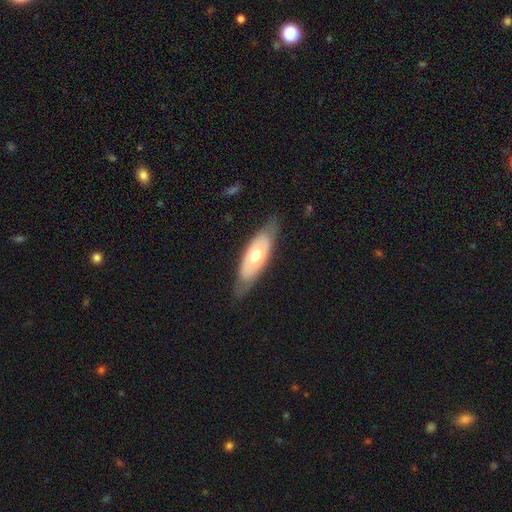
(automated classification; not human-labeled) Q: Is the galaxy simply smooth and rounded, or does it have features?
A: featured or disk — 51%.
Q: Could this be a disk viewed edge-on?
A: no — 71%.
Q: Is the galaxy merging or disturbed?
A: none — 76%.